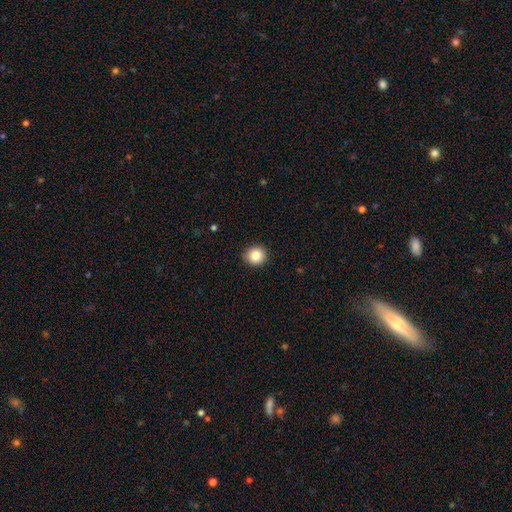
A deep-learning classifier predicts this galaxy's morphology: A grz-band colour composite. It shows a smooth galaxy with no disk features (85%) that is round (91%). Merging: none (90%).